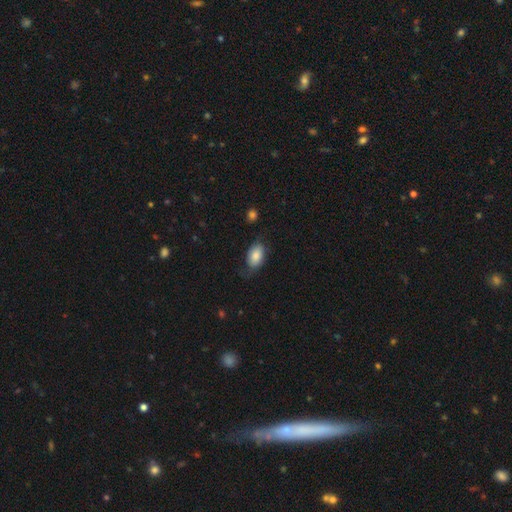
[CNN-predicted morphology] smooth 78%, featured or disk 15%, star or artifact 7%. Down the decision tree: how rounded — in between (90%); merging — none (56%).